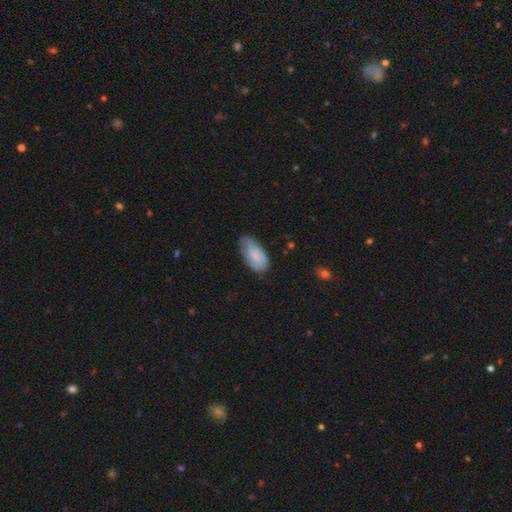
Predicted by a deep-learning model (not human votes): smooth-or-featured: smooth: 80% | featured or disk: 14% | star or artifact: 6%
  how-rounded: in between: 94% | cigar-shaped: 4% | round: 3%
  merging: none: 56% | minor disturbance: 35% | major disturbance: 8% | merger: 2%